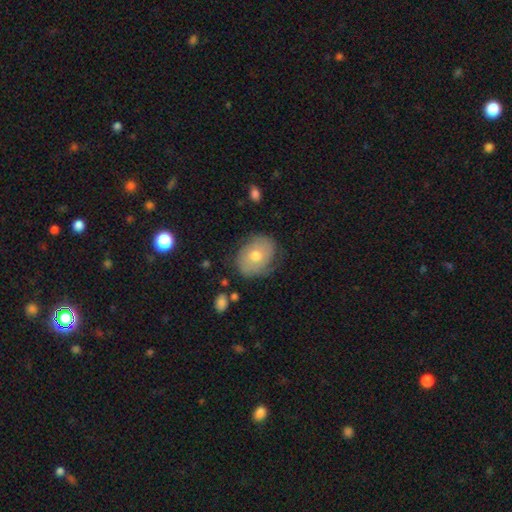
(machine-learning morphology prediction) Smooth or featured? Predicted: smooth (p=0.48). Merging? Predicted: none (p=0.75).